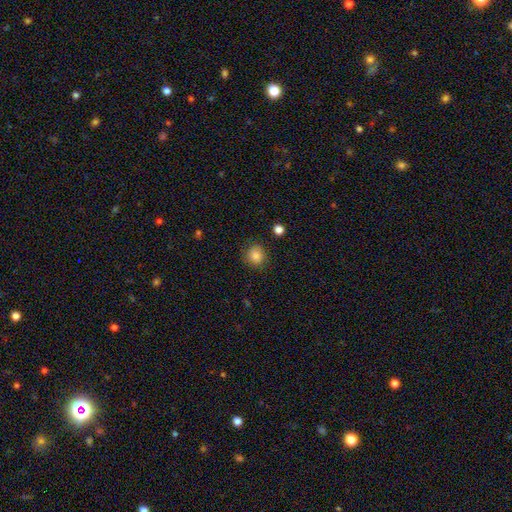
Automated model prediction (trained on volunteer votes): Smooth or featured? smooth (86%)
How rounded? round (84%)
Merging? none (84%)